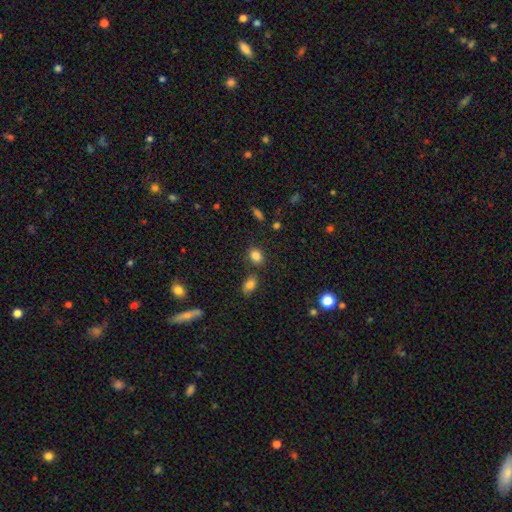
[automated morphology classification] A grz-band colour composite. It shows a smooth galaxy with no disk features (84%) that is in between round and cigar-shaped (53%). Merging: none (76%).